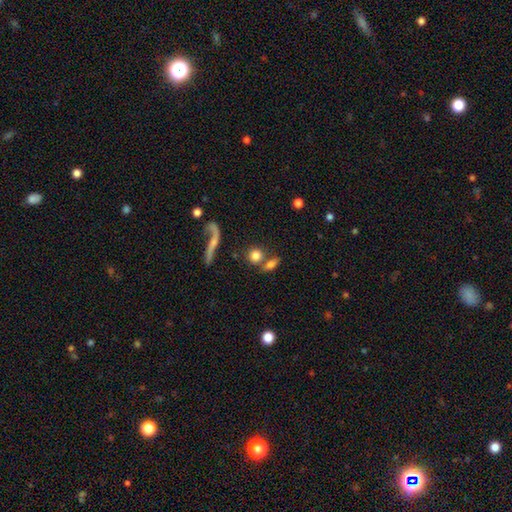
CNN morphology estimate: smooth 77%, featured or disk 14%, star or artifact 9%. Down the decision tree: how rounded — round (69%); merging — none (53%).